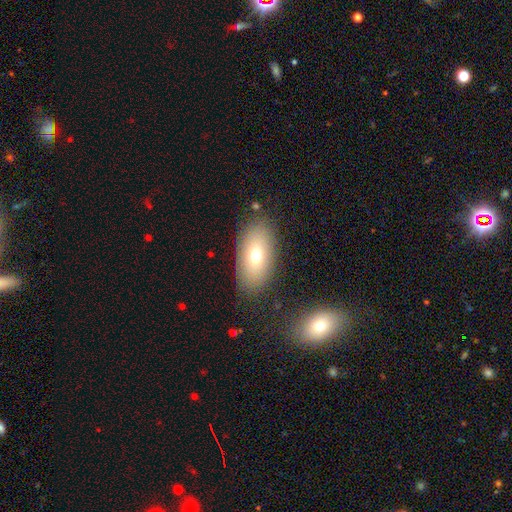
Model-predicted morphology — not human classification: Smooth or featured: smooth — 70% (featured or disk — 21%)
How rounded: in between — 91% (round — 6%)
Merging: none — 84% (minor disturbance — 10%)